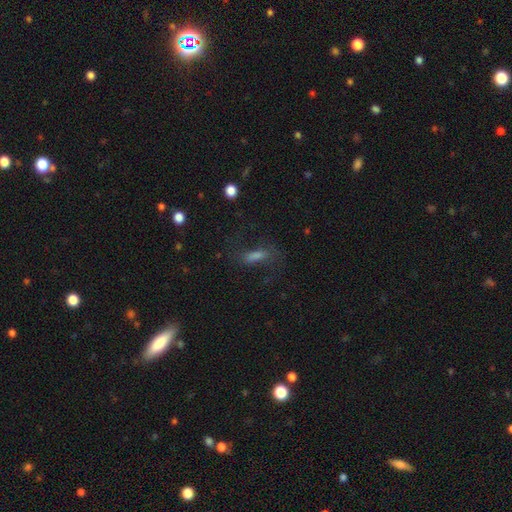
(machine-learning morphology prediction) A smooth galaxy with no disk features (47%). Merging: none (60%).